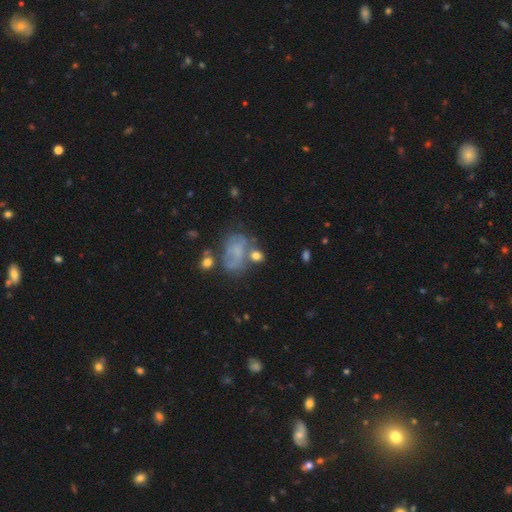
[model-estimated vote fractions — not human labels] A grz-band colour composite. It shows a smooth galaxy with no disk features (61%) that is in between round and cigar-shaped (59%). Merging: none (42%).